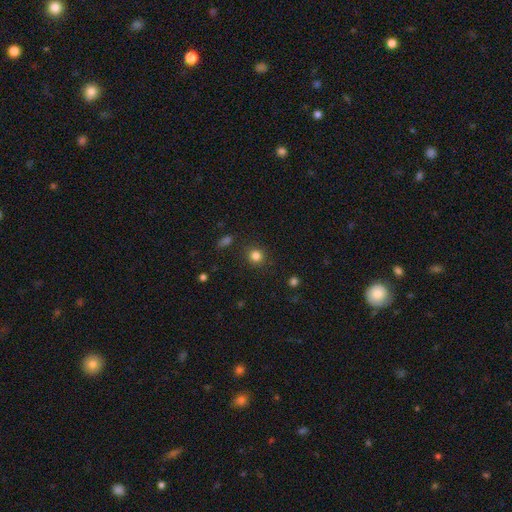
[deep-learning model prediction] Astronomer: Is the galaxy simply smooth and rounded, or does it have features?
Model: smooth — 83%.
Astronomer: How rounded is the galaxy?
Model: round — 89%.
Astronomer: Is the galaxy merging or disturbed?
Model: none — 88%.